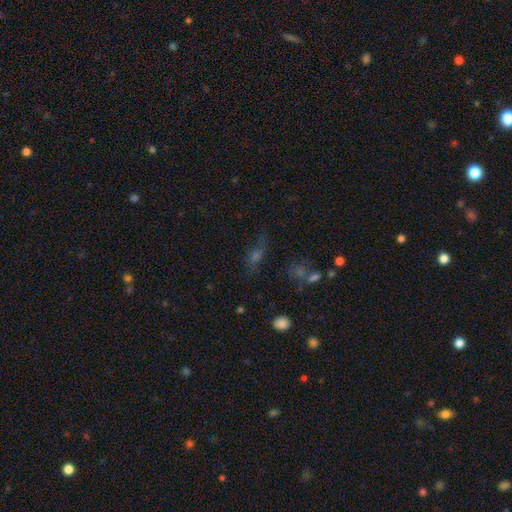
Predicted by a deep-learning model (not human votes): smooth 37%, star or artifact 36%, featured or disk 27%. Down the decision tree: merging — none (61%).